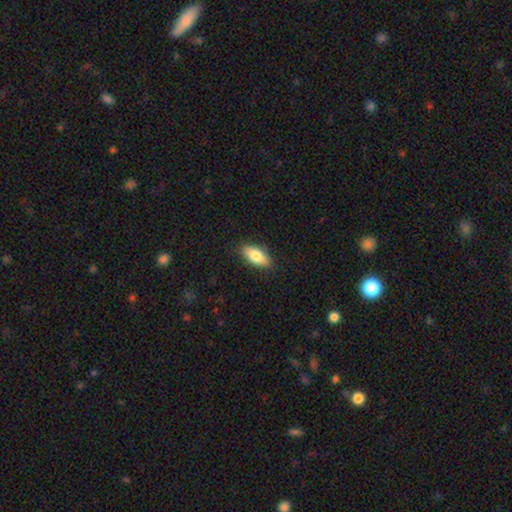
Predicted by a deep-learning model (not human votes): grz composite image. It shows a smooth galaxy with no disk features (79%) that is in between round and cigar-shaped (86%). Merging: none (87%).